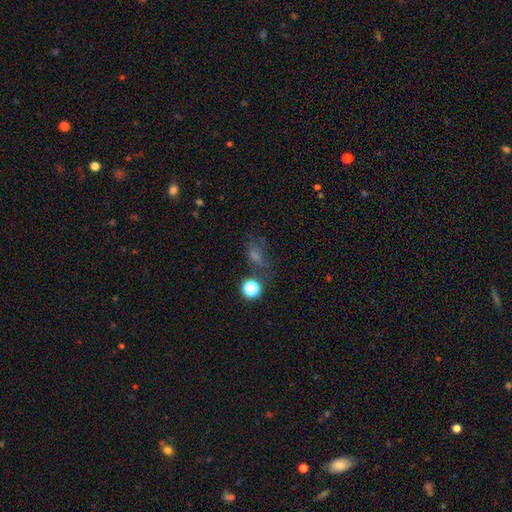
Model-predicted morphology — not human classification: A smooth galaxy with no disk features (43%). Merging: none (55%).